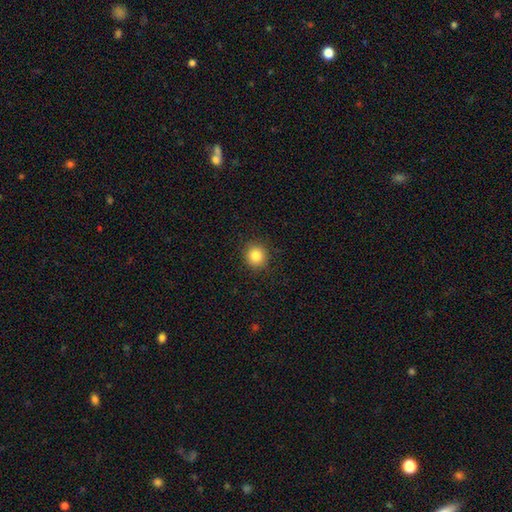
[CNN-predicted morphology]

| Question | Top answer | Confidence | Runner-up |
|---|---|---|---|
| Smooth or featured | smooth | 84% | star or artifact (10%) |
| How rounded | round | 90% | in between (9%) |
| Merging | none | 90% | minor disturbance (7%) |